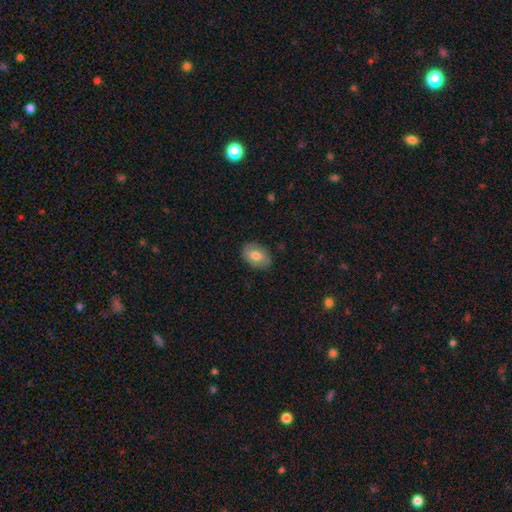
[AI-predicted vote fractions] A smooth galaxy with no disk features (71%) that is in between round and cigar-shaped (84%).

Vote fractions:
- Smooth or featured? smooth: 71% / featured or disk: 22% / star or artifact: 7%
- How rounded? in between: 84% / round: 15% / cigar-shaped: 1%
- Merging? none: 82% / minor disturbance: 14% / major disturbance: 3% / merger: 1%